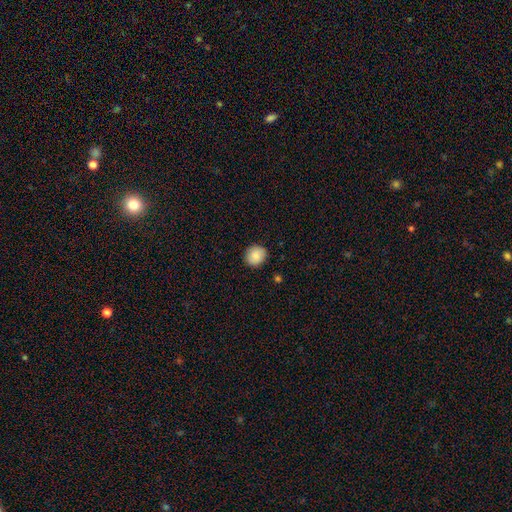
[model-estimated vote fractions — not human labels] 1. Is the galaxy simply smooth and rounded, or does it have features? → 87% smooth, 8% star or artifact, 5% featured or disk.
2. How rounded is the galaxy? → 82% round, 18% in between, 1% cigar-shaped.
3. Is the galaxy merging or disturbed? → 89% none, 8% minor disturbance, 2% major disturbance, 1% merger.